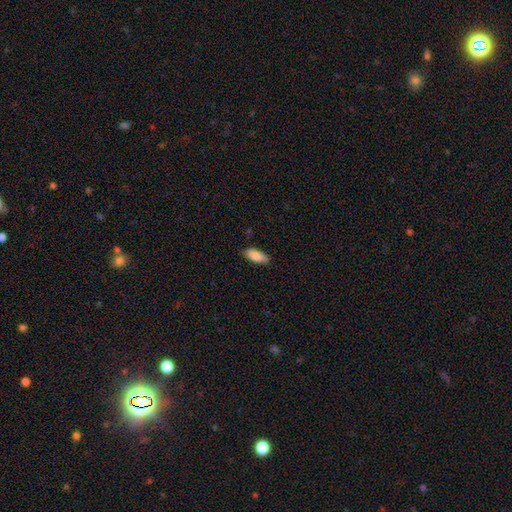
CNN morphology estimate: A smooth galaxy with no disk features (87%) that is in between round and cigar-shaped (76%). Merging: none (84%).